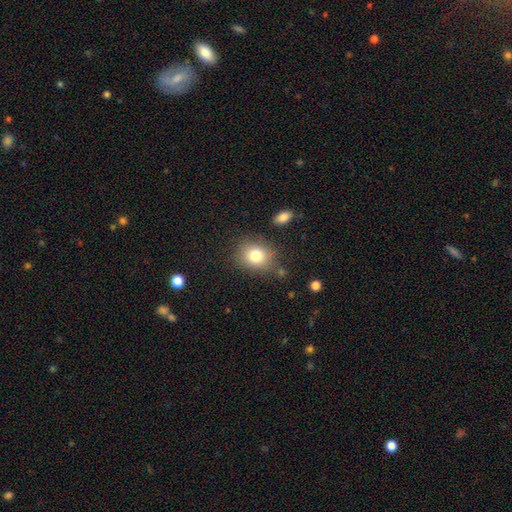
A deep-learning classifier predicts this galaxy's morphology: smooth 80%, star or artifact 11%, featured or disk 9%. Down the decision tree: how rounded — round (60%); merging — none (80%).